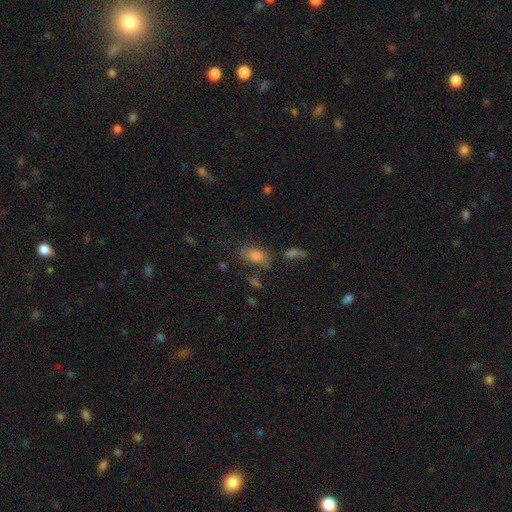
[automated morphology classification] Q: Smooth or featured?
A: smooth (75%); runner-up: star or artifact (13%)
Q: How rounded?
A: in between (86%); runner-up: round (10%)
Q: Merging?
A: none (63%); runner-up: minor disturbance (19%)